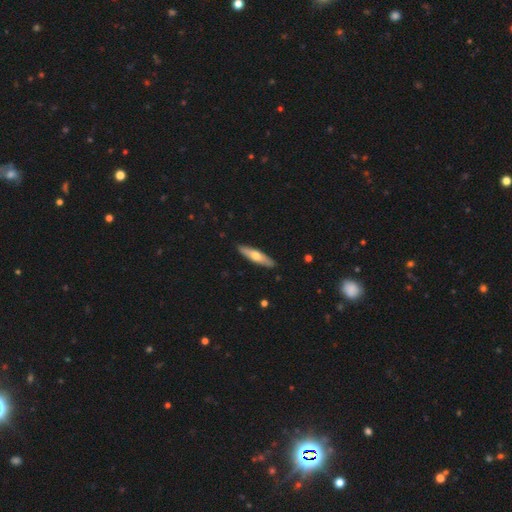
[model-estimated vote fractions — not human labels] A smooth galaxy with no disk features (56%) that is cigar-shaped (76%).

Vote fractions:
- Smooth or featured? smooth: 56% / featured or disk: 39% / star or artifact: 5%
- How rounded? cigar-shaped: 76% / in between: 22% / round: 2%
- Merging? none: 90% / minor disturbance: 8% / major disturbance: 1% / merger: 1%